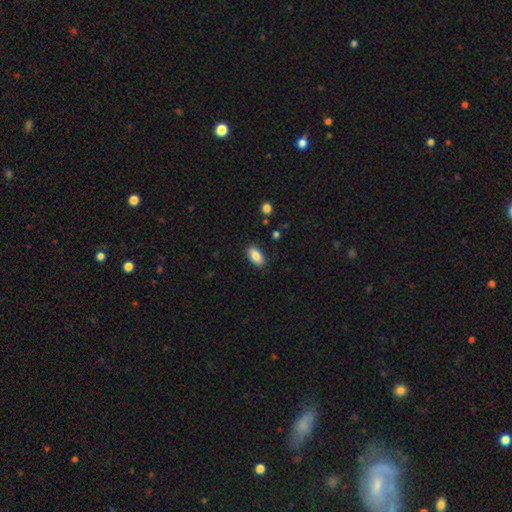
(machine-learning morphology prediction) type=smooth (88%); roundness=in between (93%); merging=none (88%).